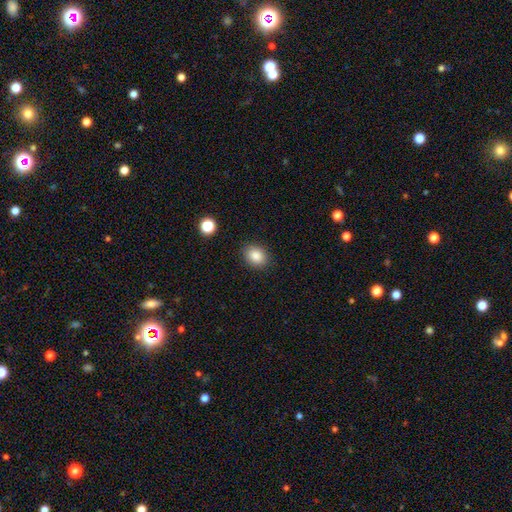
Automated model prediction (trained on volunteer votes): Smooth or featured? smooth (86%)
How rounded? in between (52%)
Merging? none (88%)